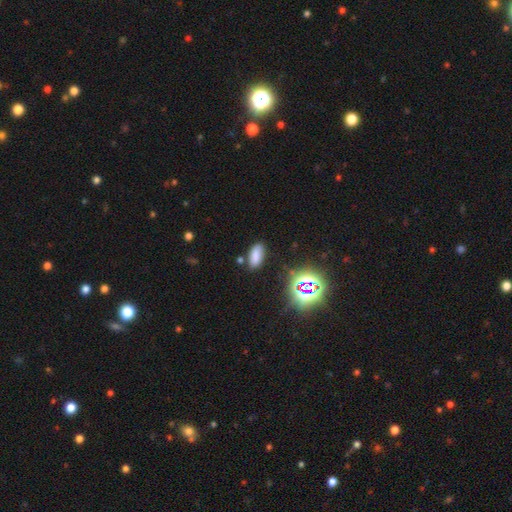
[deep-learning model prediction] smooth-or-featured: smooth: 74% | star or artifact: 19% | featured or disk: 7%
  how-rounded: in between: 86% | cigar-shaped: 10% | round: 3%
  merging: none: 82% | minor disturbance: 12% | merger: 3% | major disturbance: 3%